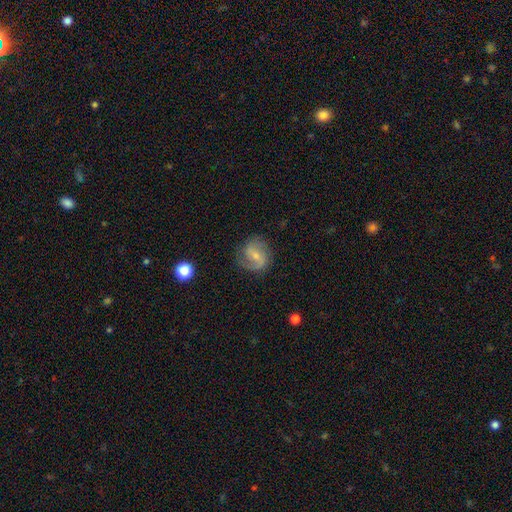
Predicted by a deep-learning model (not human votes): Smooth or featured? Predicted: featured or disk (p=0.70). Edge-on disk? Predicted: no (p=0.97). Bar? Predicted: weak (p=0.51). Spiral arms? Predicted: yes (p=0.90). Spiral winding? Predicted: medium (p=0.45). Spiral arm count? Predicted: 2 (p=0.74). Bulge size? Predicted: small (p=0.58). Merging? Predicted: none (p=0.72).